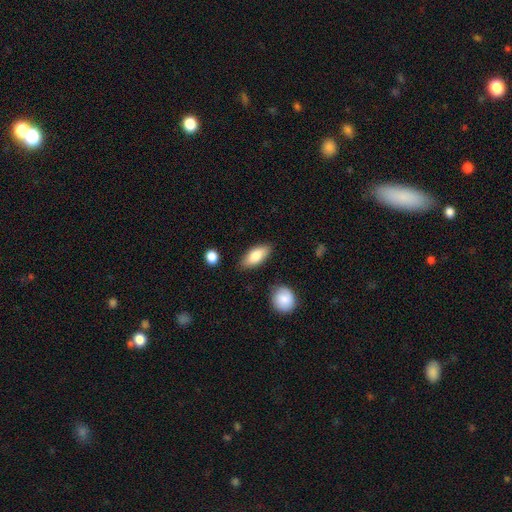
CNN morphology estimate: type=smooth (80%); roundness=in between (85%); merging=none (84%).